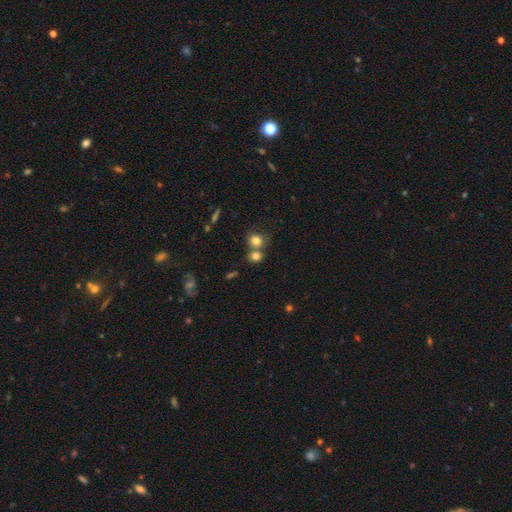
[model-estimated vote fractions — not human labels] Morphology: type=smooth (77%); roundness=round (76%); merging=none (49%).